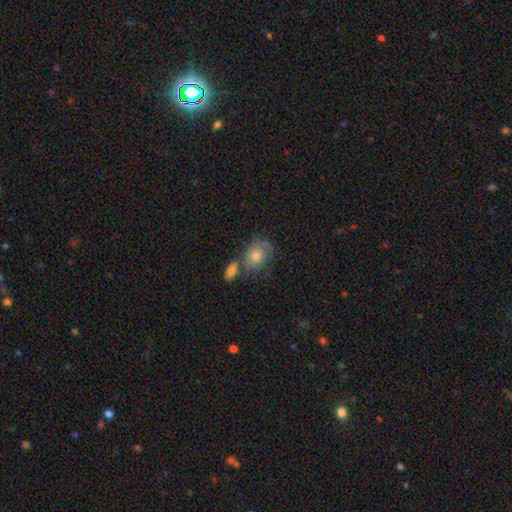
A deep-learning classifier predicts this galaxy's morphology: Smooth or featured?
  - featured or disk: 45% *
  - smooth: 44%
  - star or artifact: 11%
Merging?
  - none: 46% *
  - merger: 26%
  - minor disturbance: 18%
  - major disturbance: 11%